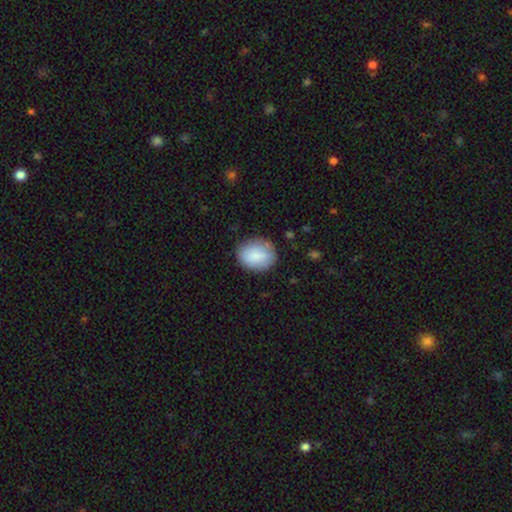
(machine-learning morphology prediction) Smooth or featured? smooth (85%)
How rounded? round (61%)
Merging? none (80%)